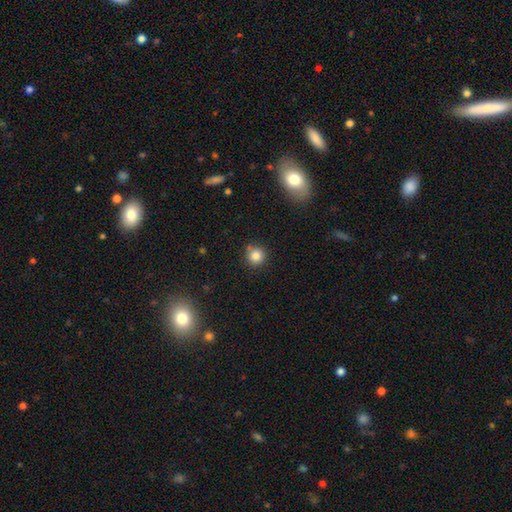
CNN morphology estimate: Smooth or featured?
  - smooth: 83% *
  - star or artifact: 11%
  - featured or disk: 6%
How rounded?
  - round: 93% *
  - in between: 6%
  - cigar-shaped: 1%
Merging?
  - none: 79% *
  - minor disturbance: 10%
  - merger: 8%
  - major disturbance: 3%